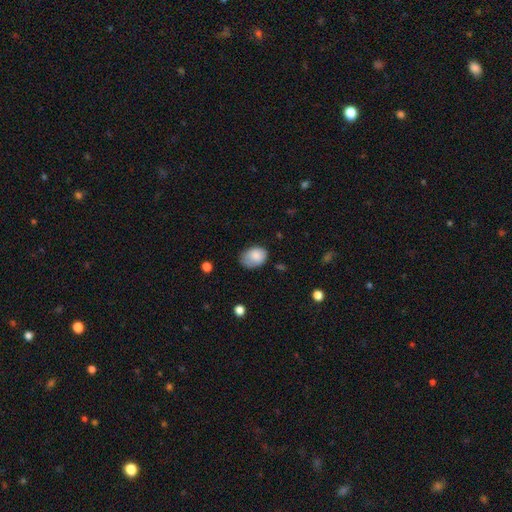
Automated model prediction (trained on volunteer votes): Smooth or featured?
  - smooth: 84% *
  - featured or disk: 9%
  - star or artifact: 8%
How rounded?
  - in between: 76% *
  - round: 24%
  - cigar-shaped: 1%
Merging?
  - none: 52% *
  - minor disturbance: 35%
  - major disturbance: 11%
  - merger: 2%